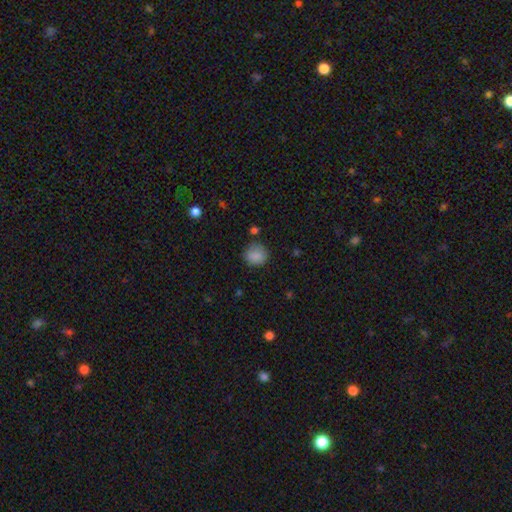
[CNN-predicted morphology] A smooth galaxy with no disk features (86%) that is round (81%).

Vote fractions:
- Smooth or featured? smooth: 86% / star or artifact: 9% / featured or disk: 5%
- How rounded? round: 81% / in between: 18% / cigar-shaped: 1%
- Merging? none: 77% / minor disturbance: 16% / major disturbance: 4% / merger: 3%